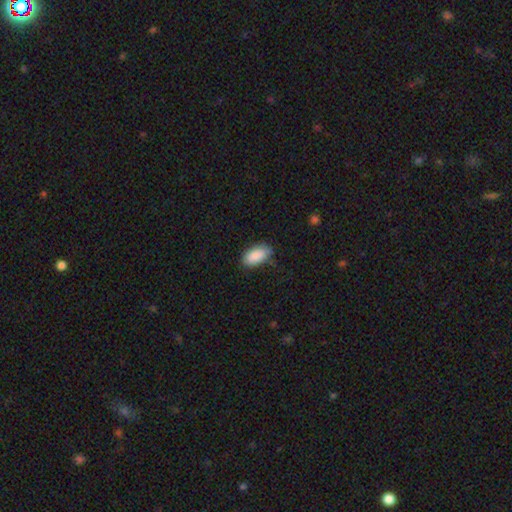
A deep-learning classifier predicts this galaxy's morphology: smooth 89%, star or artifact 6%, featured or disk 4%. Down the decision tree: how rounded — in between (94%); merging — none (74%).